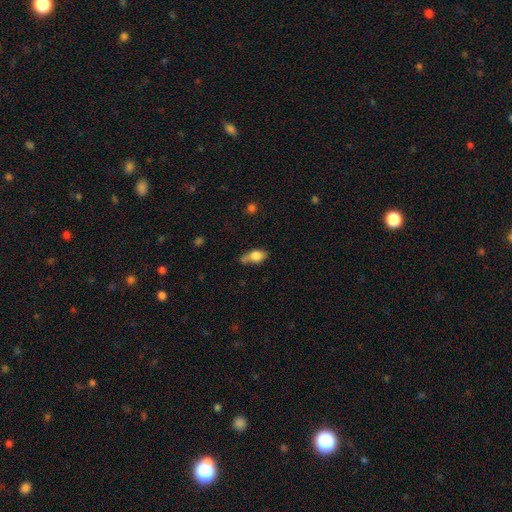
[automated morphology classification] type=smooth (78%); roundness=in between (81%); merging=none (39%).